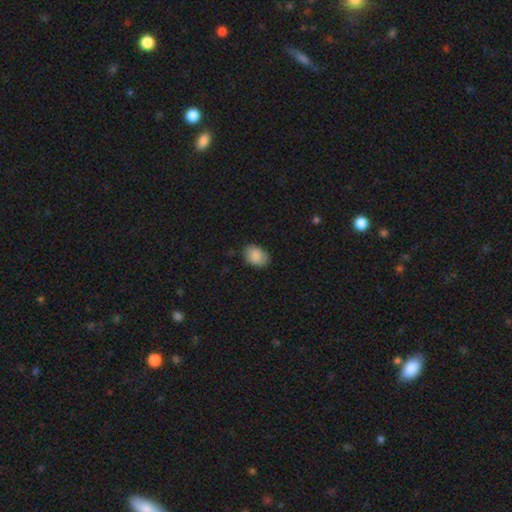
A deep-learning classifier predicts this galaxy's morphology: smooth_or_featured: smooth (p=0.86) [alt: star or artifact p=0.07]
how_rounded: in between (p=0.72) [alt: round p=0.27]
merging: none (p=0.77) [alt: minor disturbance p=0.18]